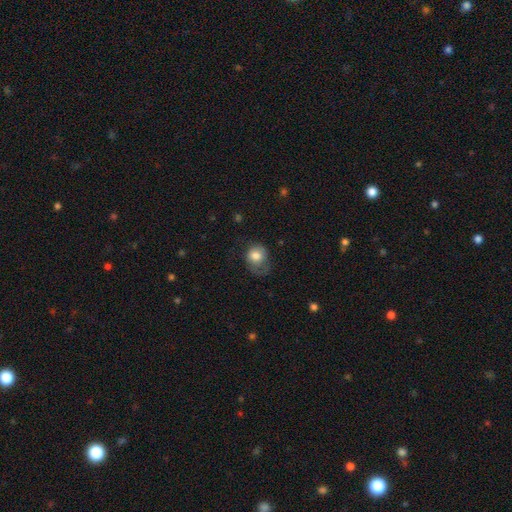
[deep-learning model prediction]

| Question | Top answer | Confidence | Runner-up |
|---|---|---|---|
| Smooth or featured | smooth | 76% | featured or disk (16%) |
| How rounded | round | 57% | in between (42%) |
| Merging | none | 35% | major disturbance (32%) |